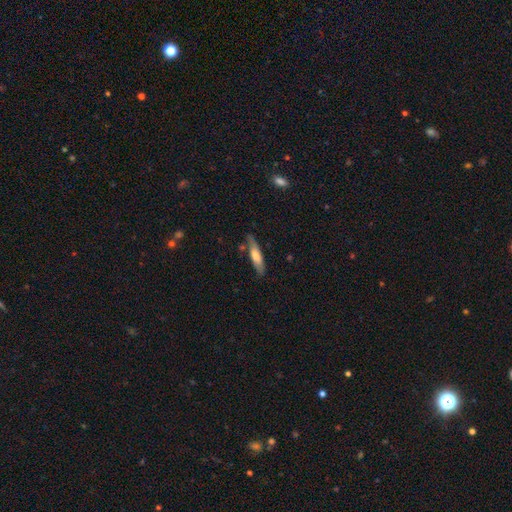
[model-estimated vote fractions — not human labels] smooth_or_featured: smooth (p=0.58) [alt: featured or disk p=0.36]
how_rounded: cigar-shaped (p=0.74) [alt: in between p=0.24]
merging: none (p=0.74) [alt: minor disturbance p=0.18]